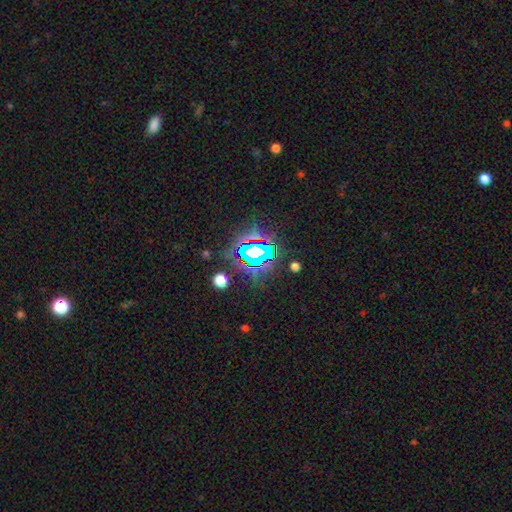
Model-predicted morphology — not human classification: type=star or artifact (74%).